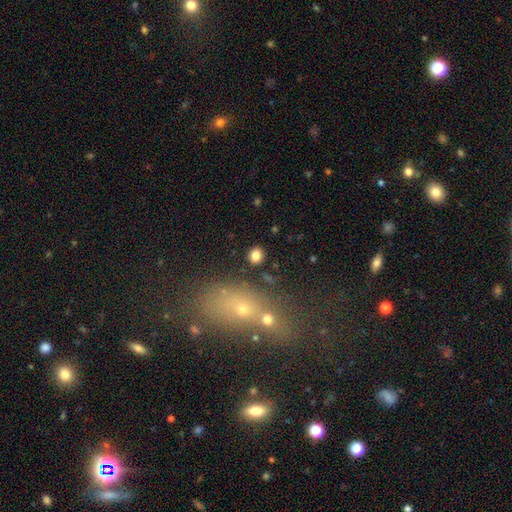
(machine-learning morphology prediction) Smooth or featured?
  - smooth: 81% *
  - star or artifact: 12%
  - featured or disk: 7%
How rounded?
  - round: 78% *
  - in between: 21%
  - cigar-shaped: 1%
Merging?
  - none: 85% *
  - minor disturbance: 7%
  - merger: 4%
  - major disturbance: 3%